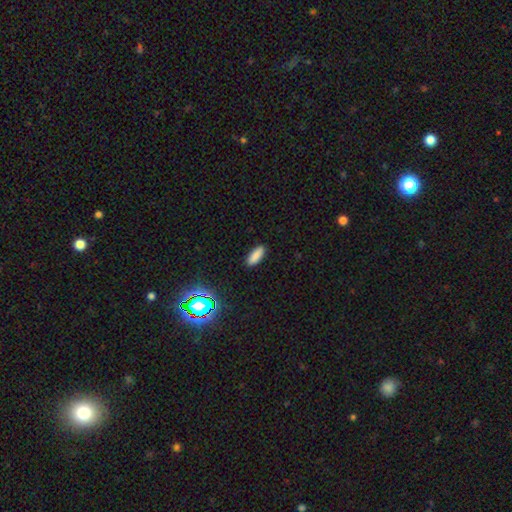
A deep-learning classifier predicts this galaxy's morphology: Smooth or featured? smooth (85%)
How rounded? in between (71%)
Merging? none (90%)